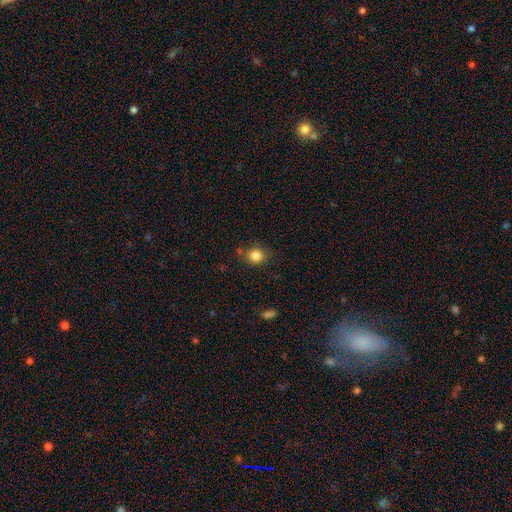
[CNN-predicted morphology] Overall: smooth (84%). How rounded: round (74%). Merging: none (78%).